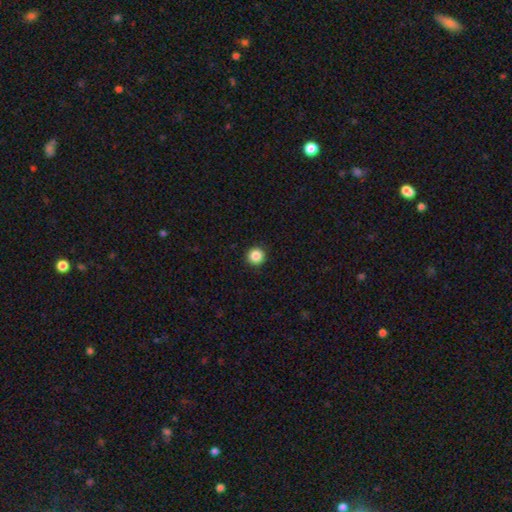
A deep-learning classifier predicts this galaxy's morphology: Smooth or featured?
  - smooth: 87% *
  - star or artifact: 10%
  - featured or disk: 3%
How rounded?
  - round: 96% *
  - in between: 3%
  - cigar-shaped: 1%
Merging?
  - none: 93% *
  - minor disturbance: 4%
  - major disturbance: 1%
  - merger: 1%